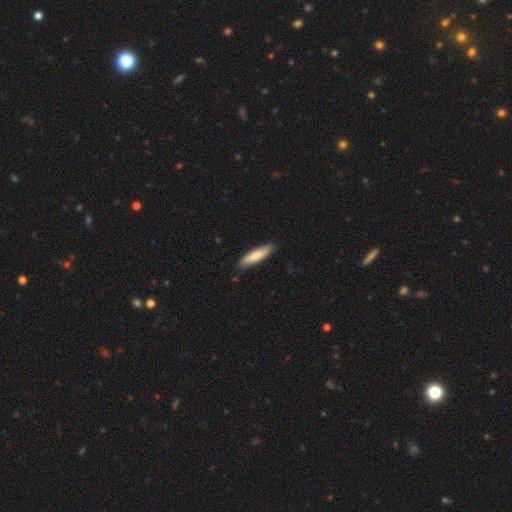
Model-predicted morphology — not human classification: smooth_or_featured: smooth (p=0.77) [alt: featured or disk p=0.17]
how_rounded: cigar-shaped (p=0.71) [alt: in between p=0.28]
merging: none (p=0.85) [alt: minor disturbance p=0.12]